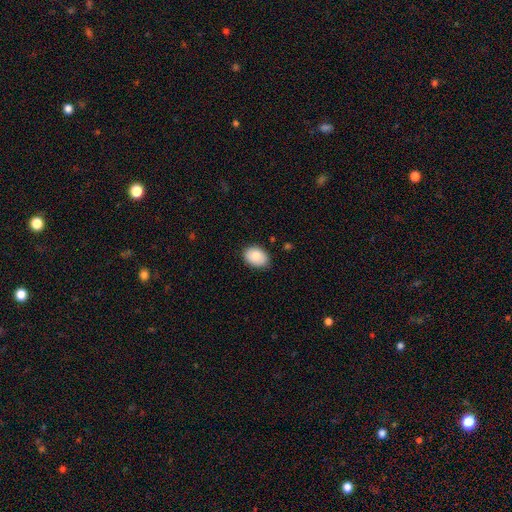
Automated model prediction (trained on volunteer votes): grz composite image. It shows a smooth galaxy with no disk features (79%) that is in between round and cigar-shaped (68%). Merging: none (84%).